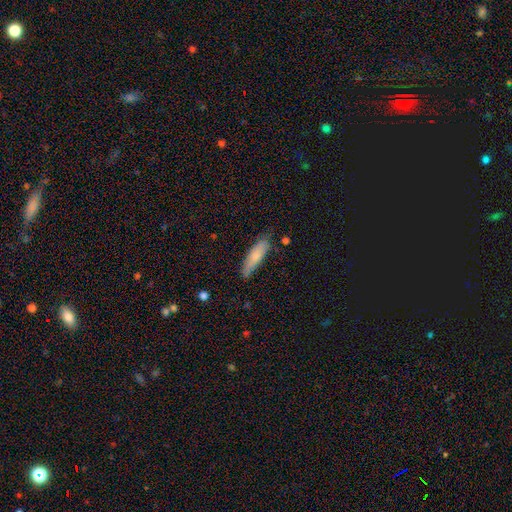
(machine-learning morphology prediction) type=smooth (75%); roundness=cigar-shaped (65%); merging=none (74%).